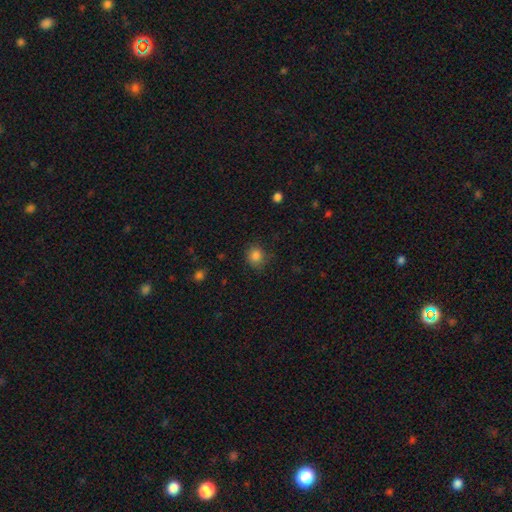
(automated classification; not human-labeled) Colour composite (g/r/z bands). It shows a smooth galaxy with no disk features (85%) that is round (82%). Merging: none (79%).